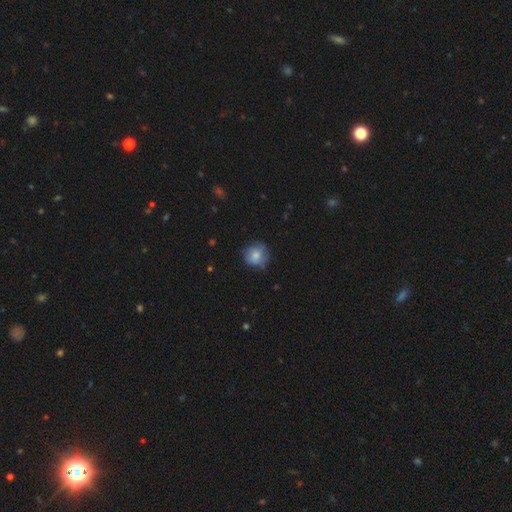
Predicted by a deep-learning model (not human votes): smooth-or-featured: smooth: 72% | featured or disk: 20% | star or artifact: 8%
  how-rounded: round: 84% | in between: 15% | cigar-shaped: 1%
  merging: none: 68% | minor disturbance: 24% | major disturbance: 7% | merger: 2%